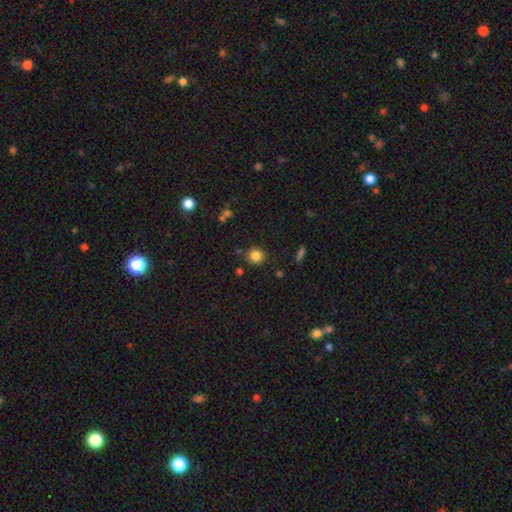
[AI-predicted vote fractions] A smooth galaxy with no disk features (83%) that is round (89%).

Vote fractions:
- Smooth or featured? smooth: 83% / star or artifact: 12% / featured or disk: 5%
- How rounded? round: 89% / in between: 10% / cigar-shaped: 1%
- Merging? none: 84% / minor disturbance: 9% / merger: 4% / major disturbance: 3%